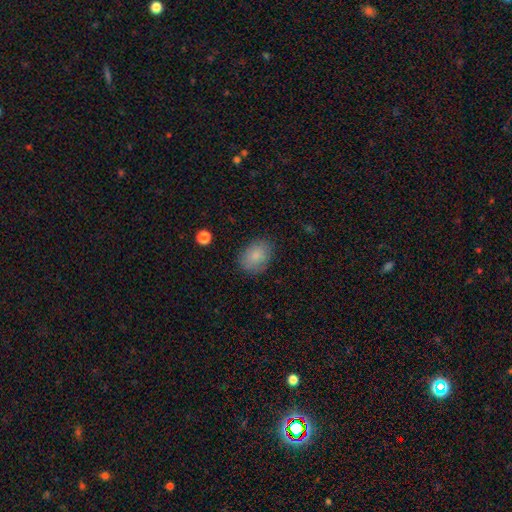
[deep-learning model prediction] Smooth or featured? smooth (83%)
How rounded? in between (71%)
Merging? none (81%)